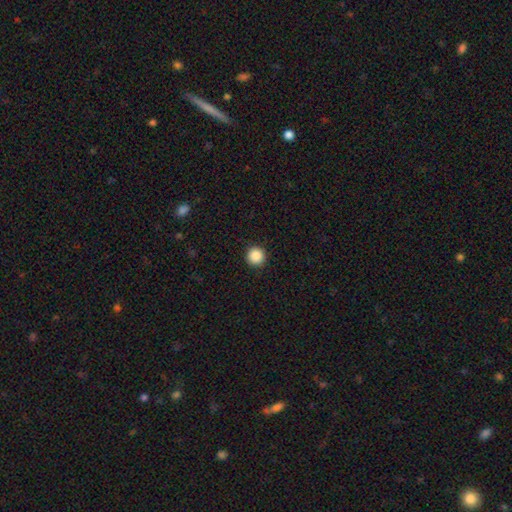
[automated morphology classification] Smooth or featured? smooth (88%)
How rounded? round (96%)
Merging? none (93%)